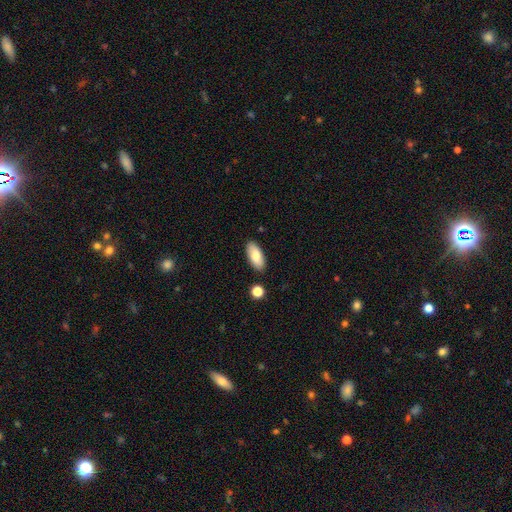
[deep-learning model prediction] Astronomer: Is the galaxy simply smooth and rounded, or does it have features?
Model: smooth — 81%.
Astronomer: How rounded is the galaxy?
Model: in between — 90%.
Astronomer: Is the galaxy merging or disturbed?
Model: none — 87%.